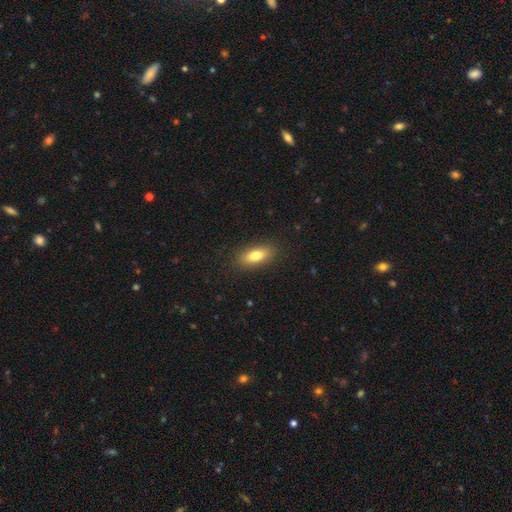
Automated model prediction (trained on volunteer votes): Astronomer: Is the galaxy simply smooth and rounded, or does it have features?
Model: smooth — 79%.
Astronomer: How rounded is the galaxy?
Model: in between — 78%.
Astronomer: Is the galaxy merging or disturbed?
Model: none — 87%.